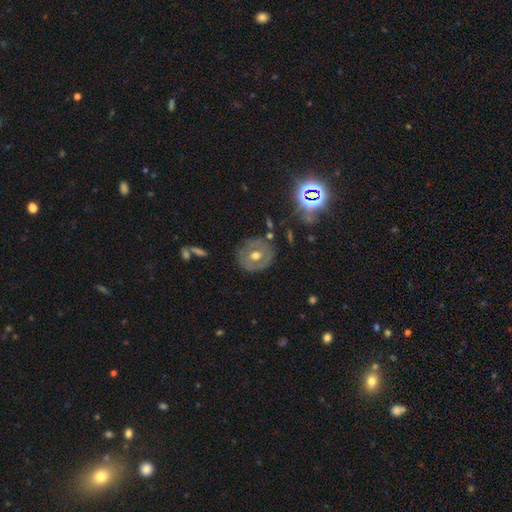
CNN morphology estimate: A featured or disk galaxy (53%). Merging: none (78%).